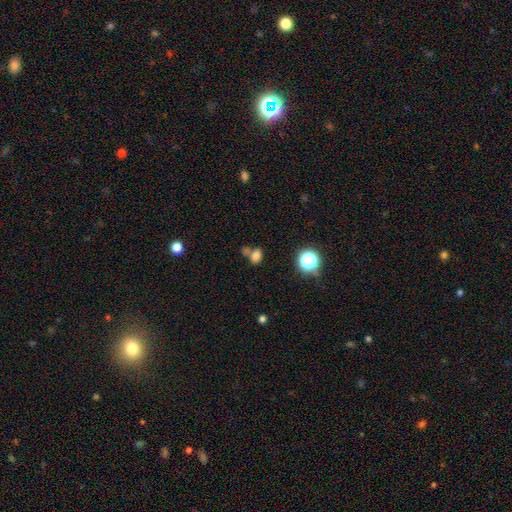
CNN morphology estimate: Smooth or featured? Predicted: smooth (p=0.75). How rounded? Predicted: in between (p=0.72). Merging? Predicted: none (p=0.45).